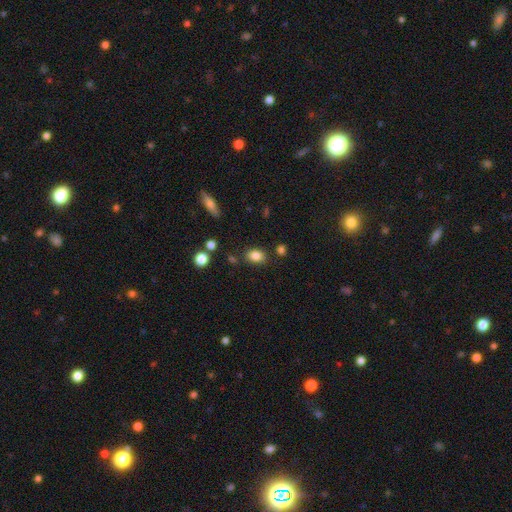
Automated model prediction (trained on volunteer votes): Overall: smooth (84%). How rounded: in between (73%). Merging: none (79%).